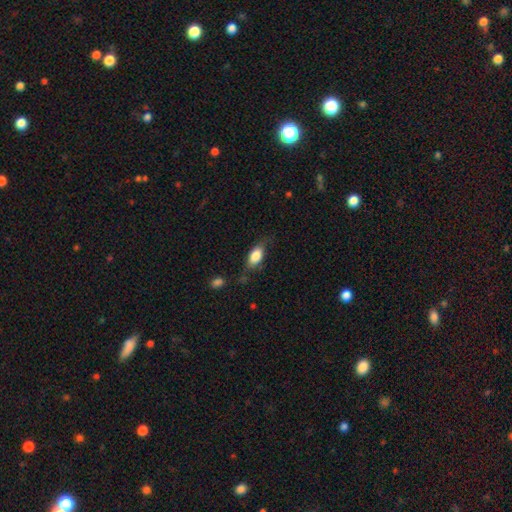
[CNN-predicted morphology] smooth 79%, featured or disk 14%, star or artifact 7%. Down the decision tree: how rounded — in between (86%); merging — none (60%).